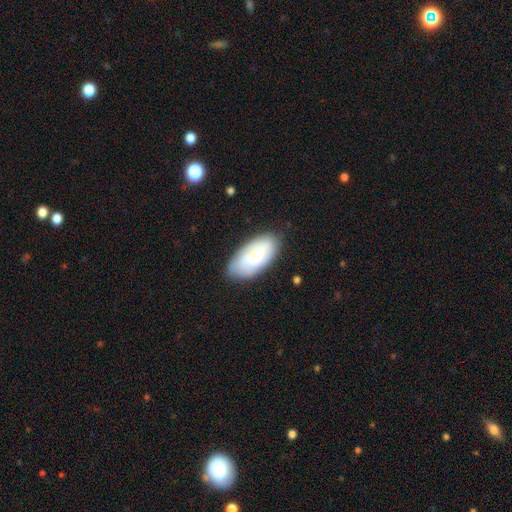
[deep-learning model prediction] This appears to be a smooth galaxy with no disk features (58%) that is in between round and cigar-shaped (93%). Merging: none (76%).